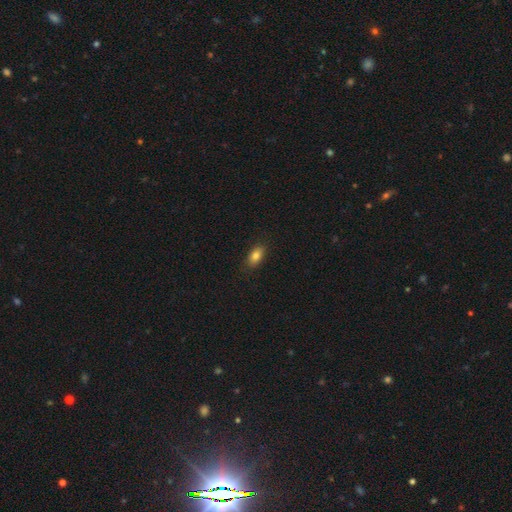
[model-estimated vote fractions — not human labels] The model was most divided on "smooth or featured": smooth: 83%, star or artifact: 9%, featured or disk: 8%. More confident: how rounded — in between (89%); merging — none (86%).